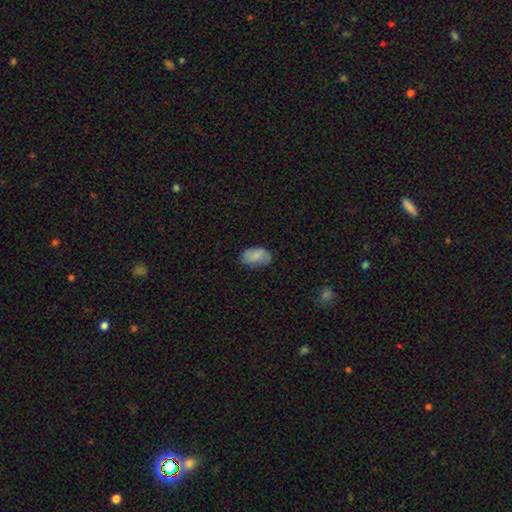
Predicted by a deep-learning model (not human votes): A smooth galaxy with no disk features (81%) that is in between round and cigar-shaped (92%). Merging: none (71%).